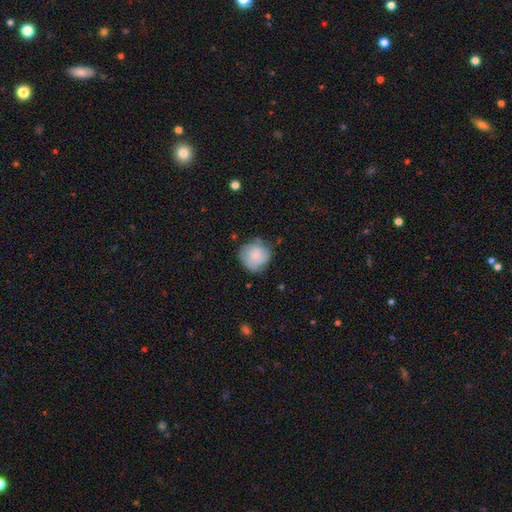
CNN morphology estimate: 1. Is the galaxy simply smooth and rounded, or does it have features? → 66% smooth, 27% featured or disk, 7% star or artifact.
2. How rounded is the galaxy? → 88% round, 11% in between, 1% cigar-shaped.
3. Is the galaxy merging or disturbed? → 62% none, 28% minor disturbance, 7% major disturbance, 2% merger.